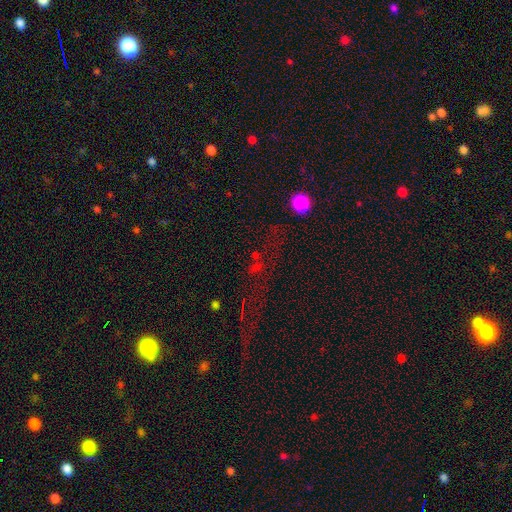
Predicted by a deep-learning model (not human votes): A star or artifact, not a galaxy (57%).